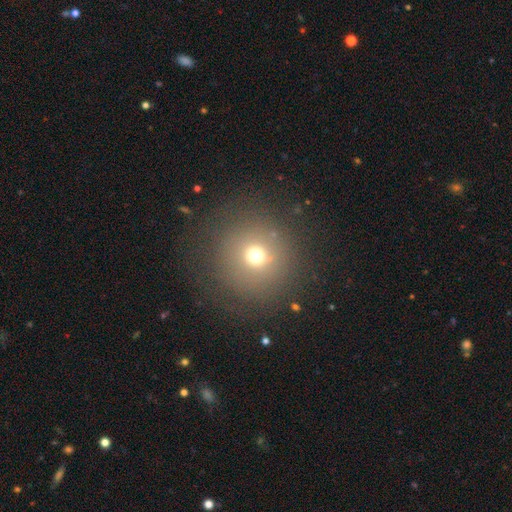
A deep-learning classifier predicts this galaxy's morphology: Smooth or featured? smooth (67%)
How rounded? round (94%)
Merging? none (82%)